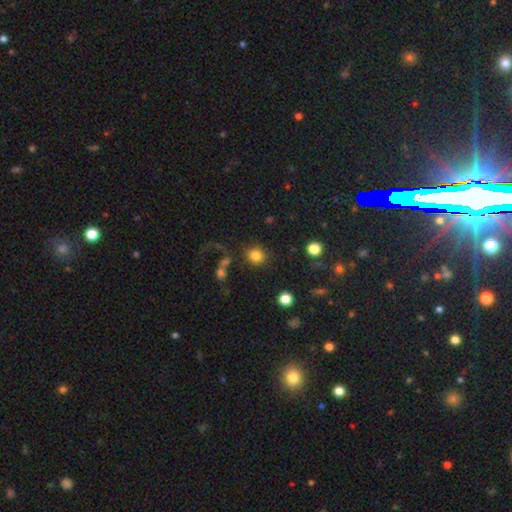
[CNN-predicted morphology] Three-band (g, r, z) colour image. It shows a smooth galaxy with no disk features (82%) that is round (86%). Merging: none (82%).